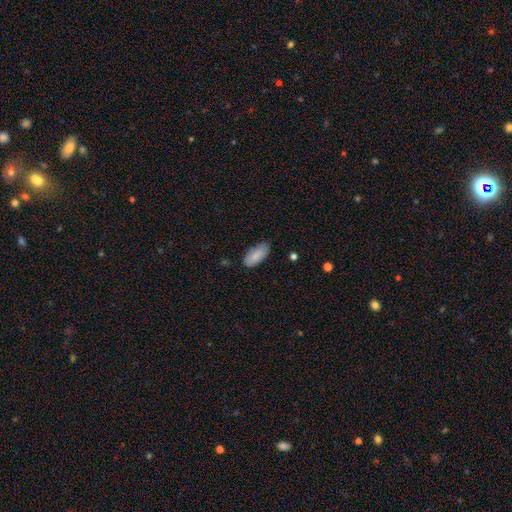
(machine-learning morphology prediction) Smooth or featured? Predicted: smooth (p=0.86). How rounded? Predicted: in between (p=0.89). Merging? Predicted: none (p=0.79).